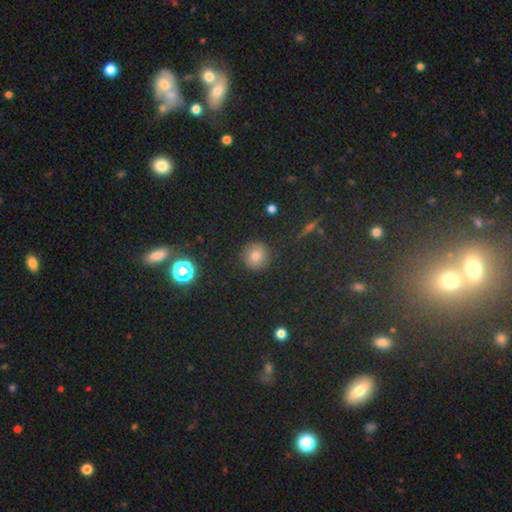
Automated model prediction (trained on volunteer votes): smooth-or-featured: smooth: 72% | star or artifact: 20% | featured or disk: 8%
  how-rounded: round: 93% | in between: 6% | cigar-shaped: 1%
  merging: none: 90% | minor disturbance: 6% | major disturbance: 2% | merger: 1%